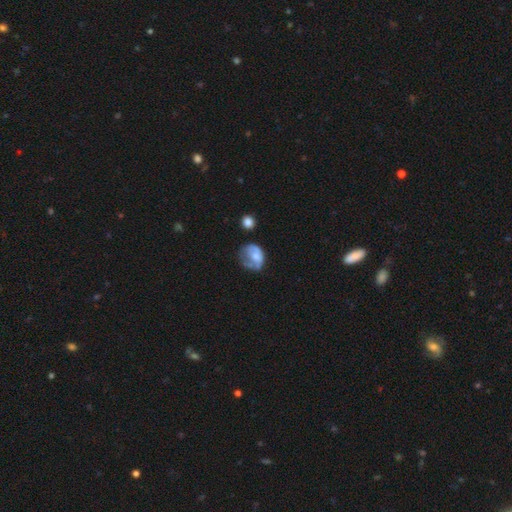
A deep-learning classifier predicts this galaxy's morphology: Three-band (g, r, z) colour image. It shows a smooth galaxy with no disk features (54%) that is in between round and cigar-shaped (54%). Merging: major disturbance (33%).